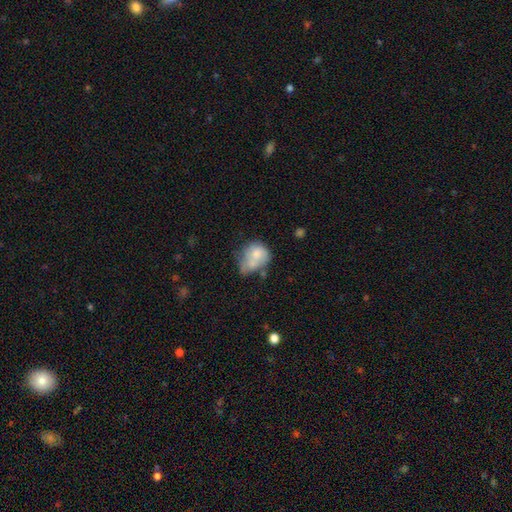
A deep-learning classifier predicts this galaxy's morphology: smooth_or_featured: smooth (p=0.68) [alt: featured or disk p=0.24]
how_rounded: round (p=0.56) [alt: in between p=0.43]
merging: merger (p=0.35) [alt: none p=0.25]